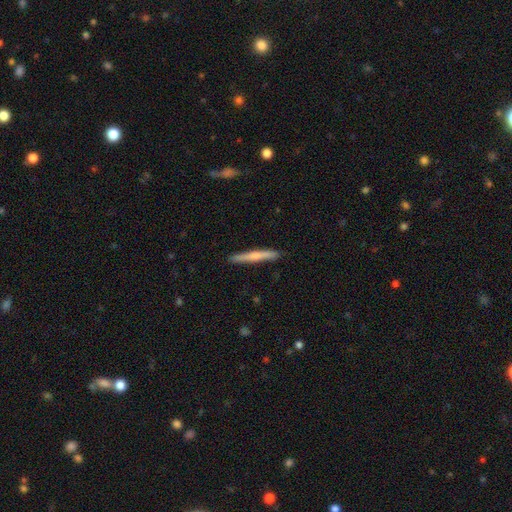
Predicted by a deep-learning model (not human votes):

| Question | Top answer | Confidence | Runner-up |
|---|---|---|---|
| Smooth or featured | smooth | 57% | featured or disk (38%) |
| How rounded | cigar-shaped | 96% | in between (3%) |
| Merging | none | 88% | minor disturbance (9%) |